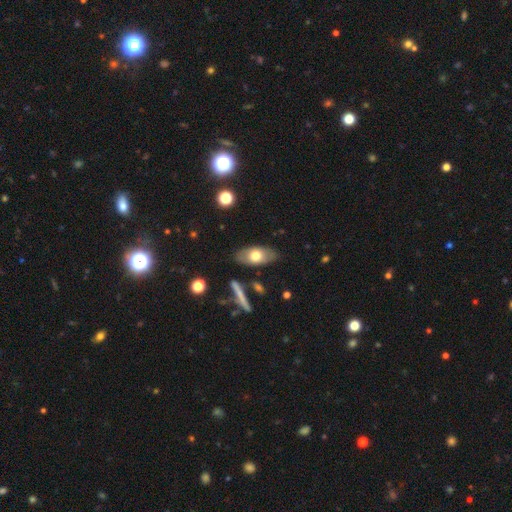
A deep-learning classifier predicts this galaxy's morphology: Smooth or featured: smooth — 63% (featured or disk — 30%)
How rounded: in between — 89% (cigar-shaped — 7%)
Merging: none — 81% (minor disturbance — 13%)